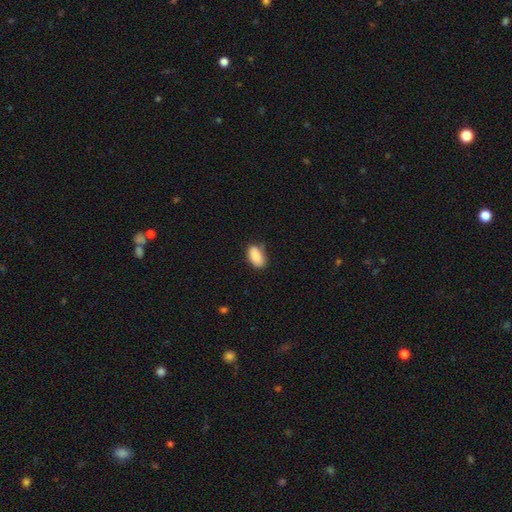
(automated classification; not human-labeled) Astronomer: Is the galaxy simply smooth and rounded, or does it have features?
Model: smooth — 88%.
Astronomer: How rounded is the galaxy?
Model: in between — 93%.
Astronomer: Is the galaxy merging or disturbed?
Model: none — 71%.